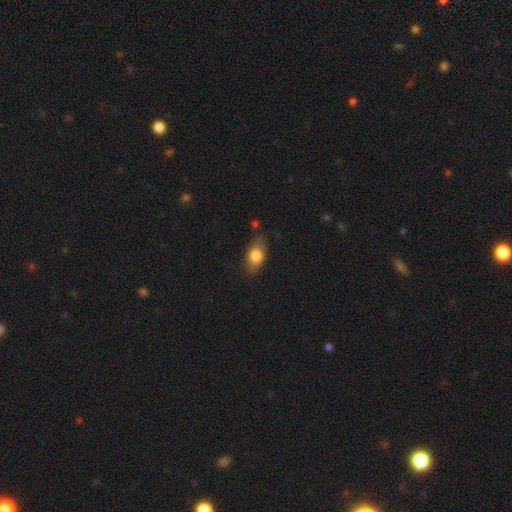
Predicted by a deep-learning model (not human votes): This appears to be a smooth galaxy with no disk features (76%) that is in between round and cigar-shaped (84%). Merging: none (78%).